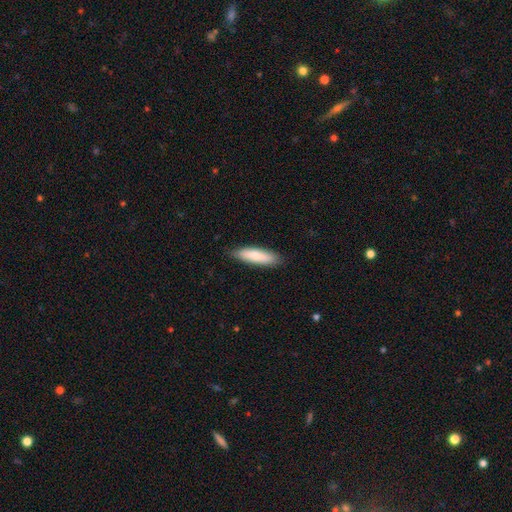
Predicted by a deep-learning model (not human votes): Q: Smooth or featured?
A: smooth (81%); runner-up: featured or disk (13%)
Q: How rounded?
A: cigar-shaped (66%); runner-up: in between (33%)
Q: Merging?
A: none (86%); runner-up: minor disturbance (11%)